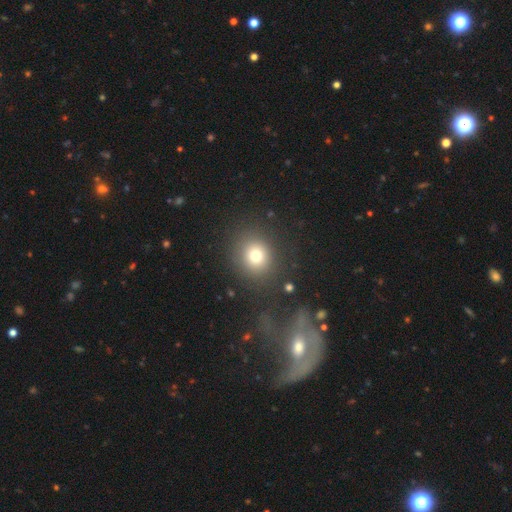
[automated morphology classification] Smooth or featured: smooth — 75% (star or artifact — 15%)
How rounded: round — 82% (in between — 17%)
Merging: none — 83% (minor disturbance — 8%)